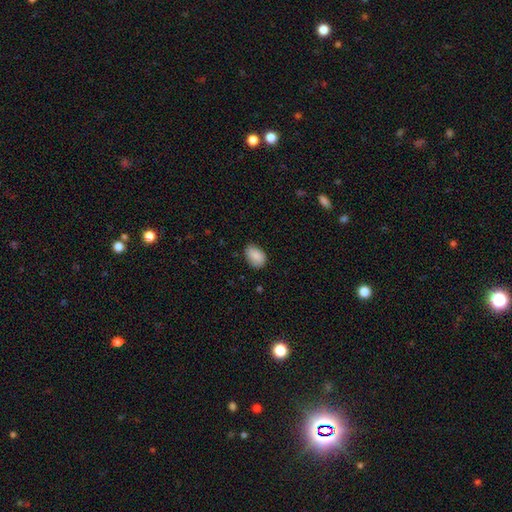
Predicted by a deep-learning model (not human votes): Overall: smooth (87%). How rounded: in between (85%). Merging: none (76%).